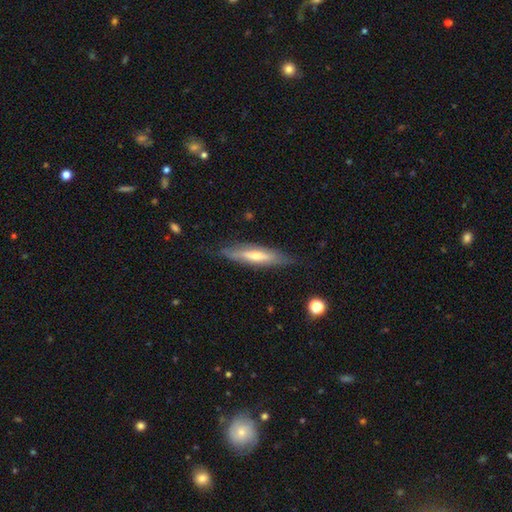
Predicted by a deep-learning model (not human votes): This is possibly a featured or disk galaxy (56%). It is likely viewed edge-on (78%). Merging: likely none (78%).